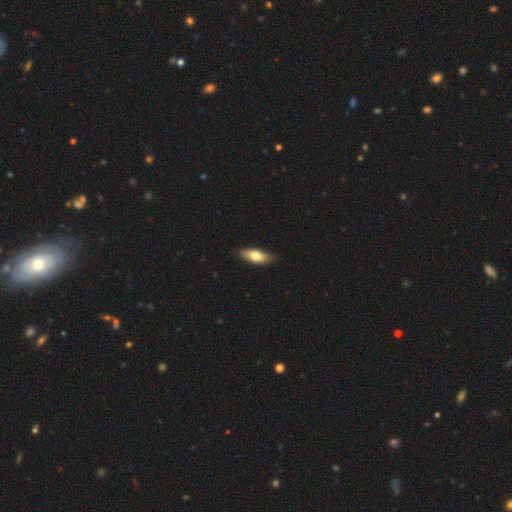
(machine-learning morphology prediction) Smooth or featured? Predicted: smooth (p=0.73). How rounded? Predicted: in between (p=0.73). Merging? Predicted: none (p=0.84).